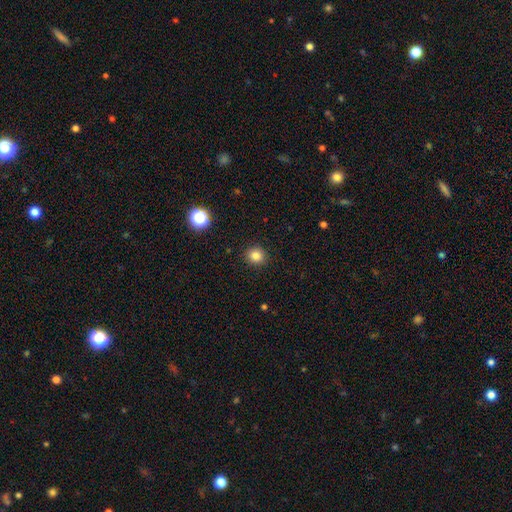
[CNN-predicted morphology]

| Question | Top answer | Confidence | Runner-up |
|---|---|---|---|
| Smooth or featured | smooth | 84% | star or artifact (12%) |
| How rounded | round | 86% | in between (13%) |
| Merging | none | 91% | minor disturbance (6%) |